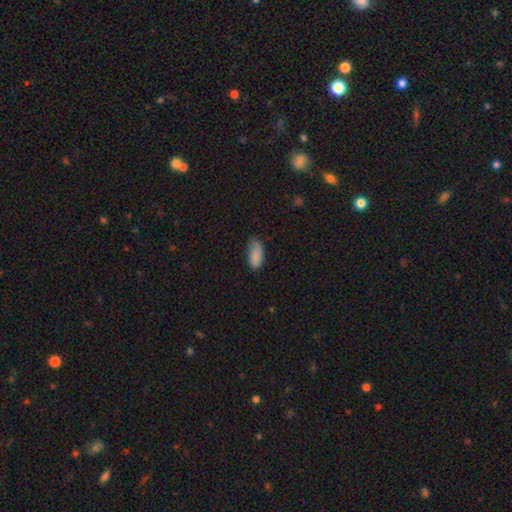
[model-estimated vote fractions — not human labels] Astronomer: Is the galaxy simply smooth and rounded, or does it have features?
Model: smooth — 88%.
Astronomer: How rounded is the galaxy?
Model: in between — 88%.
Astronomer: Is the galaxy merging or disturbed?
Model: none — 73%.